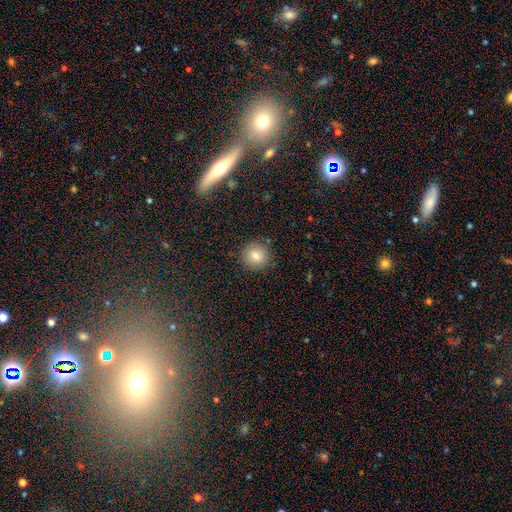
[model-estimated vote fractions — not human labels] A smooth galaxy with no disk features (80%) that is round (92%).

Vote fractions:
- Smooth or featured? smooth: 80% / star or artifact: 12% / featured or disk: 8%
- How rounded? round: 92% / in between: 7% / cigar-shaped: 1%
- Merging? none: 88% / minor disturbance: 8% / major disturbance: 3% / merger: 2%